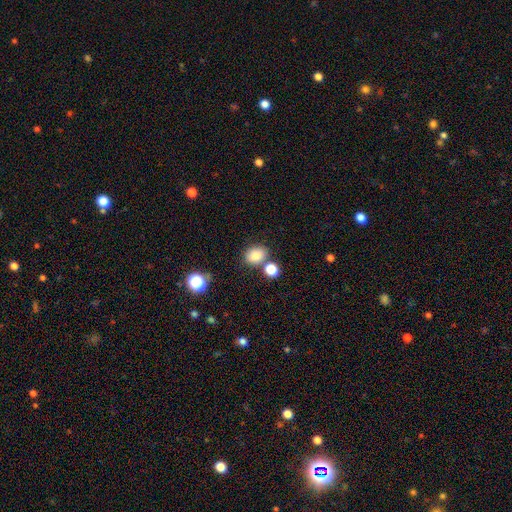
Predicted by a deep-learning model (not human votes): smooth_or_featured: smooth (p=0.81) [alt: star or artifact p=0.12]
how_rounded: in between (p=0.65) [alt: round p=0.34]
merging: none (p=0.72) [alt: merger p=0.13]